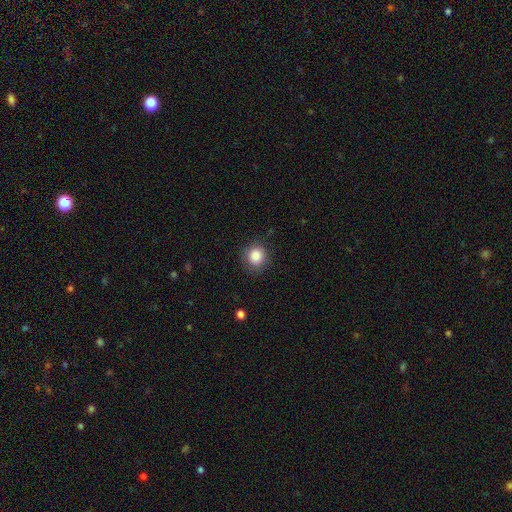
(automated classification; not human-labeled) smooth 86%, star or artifact 10%, featured or disk 5%. Down the decision tree: how rounded — round (88%); merging — none (84%).